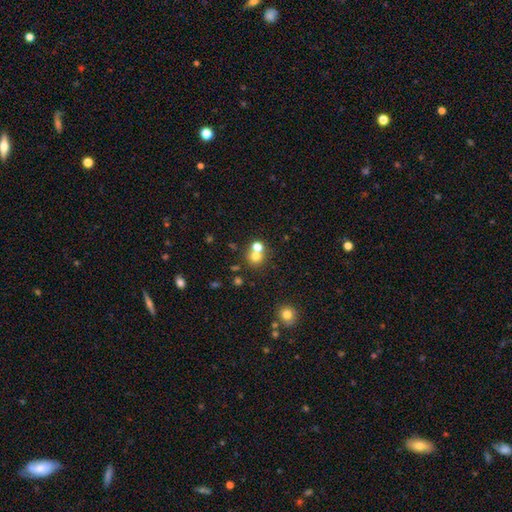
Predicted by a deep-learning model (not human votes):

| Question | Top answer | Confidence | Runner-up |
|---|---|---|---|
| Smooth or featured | smooth | 70% | star or artifact (17%) |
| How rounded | round | 85% | in between (14%) |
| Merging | none | 50% | merger (40%) |